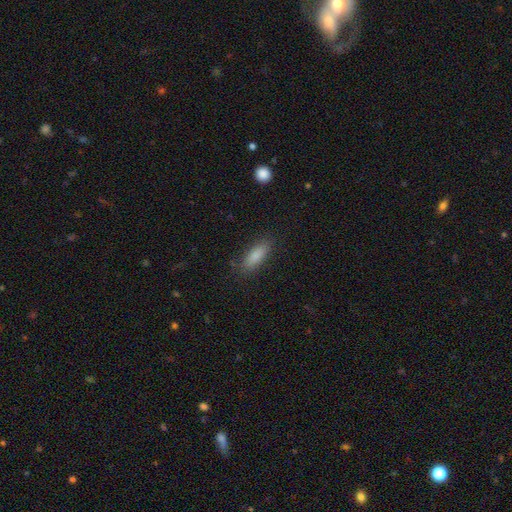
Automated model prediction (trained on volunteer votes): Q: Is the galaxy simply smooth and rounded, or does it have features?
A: smooth — 83%.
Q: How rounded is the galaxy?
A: in between — 62%.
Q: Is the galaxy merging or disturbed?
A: none — 83%.